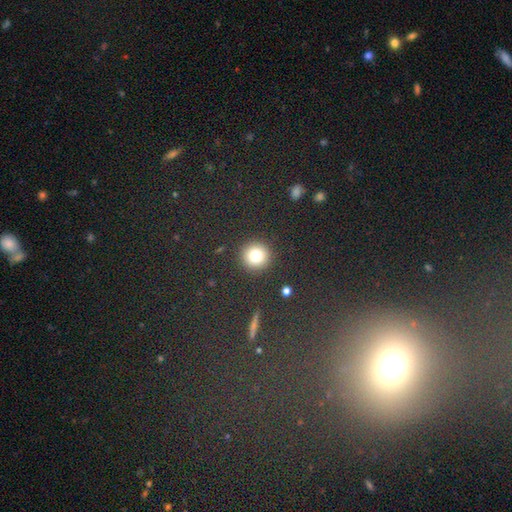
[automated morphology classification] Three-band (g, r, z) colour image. It shows a smooth galaxy with no disk features (81%) that is round (94%). Merging: none (91%).